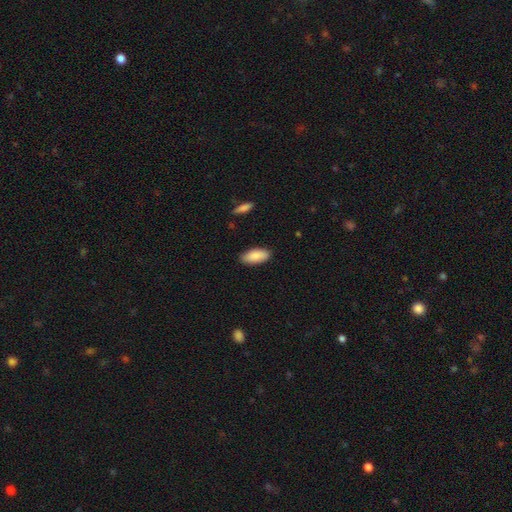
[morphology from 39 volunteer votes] A smooth galaxy with no disk features (90%) that is in between round and cigar-shaped (83%).

Vote fractions:
- Smooth or featured? smooth: 90% / star or artifact: 10% / featured or disk: 0%
- How rounded? in between: 83% / cigar-shaped: 17% / round: 0%
- Merging? none: 83% / minor disturbance: 11% / major disturbance: 6% / merger: 0%